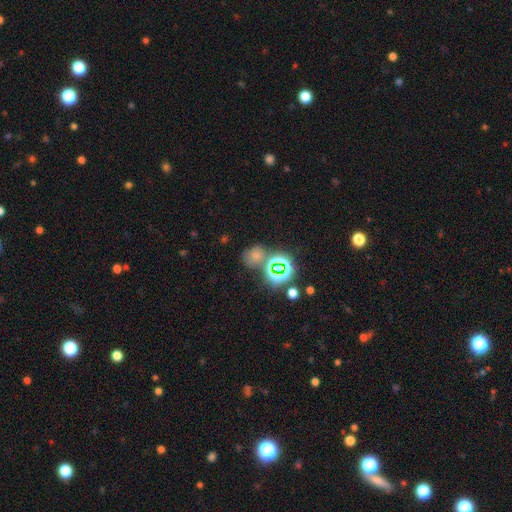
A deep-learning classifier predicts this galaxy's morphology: Smooth or featured: smooth — 53% (star or artifact — 38%)
How rounded: round — 70% (in between — 29%)
Merging: none — 60% (merger — 19%)